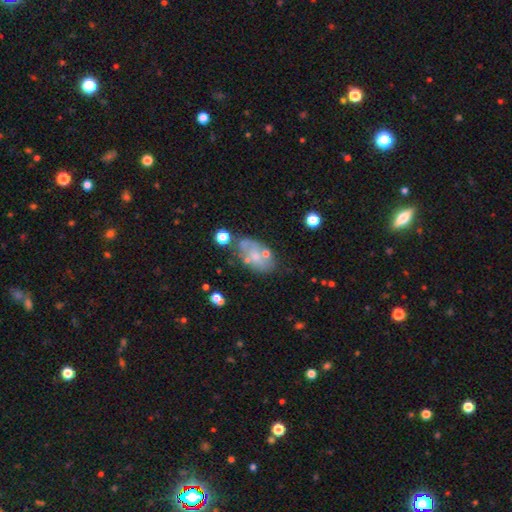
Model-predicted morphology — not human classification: Smooth or featured: smooth — 46% (featured or disk — 44%)
Merging: none — 48% (minor disturbance — 24%)